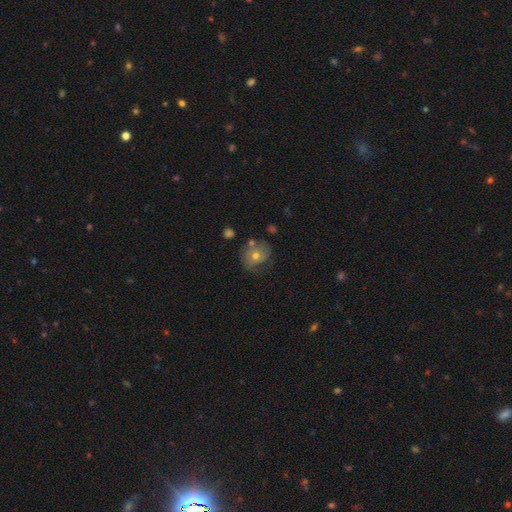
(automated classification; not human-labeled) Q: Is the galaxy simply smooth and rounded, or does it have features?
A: smooth — 50%.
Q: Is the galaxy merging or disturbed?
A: none — 57%.